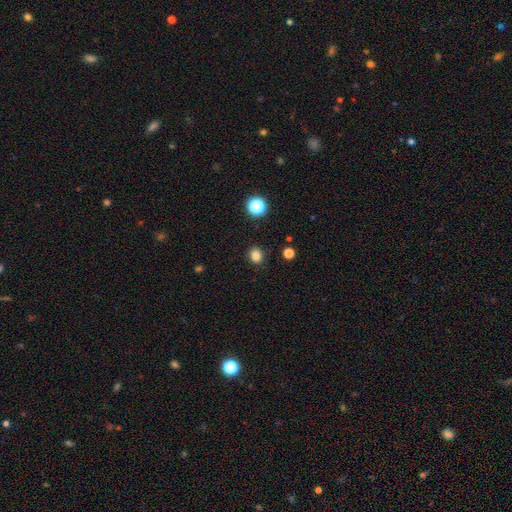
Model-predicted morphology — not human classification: Smooth or featured? Predicted: smooth (p=0.83). How rounded? Predicted: round (p=0.57). Merging? Predicted: none (p=0.88).